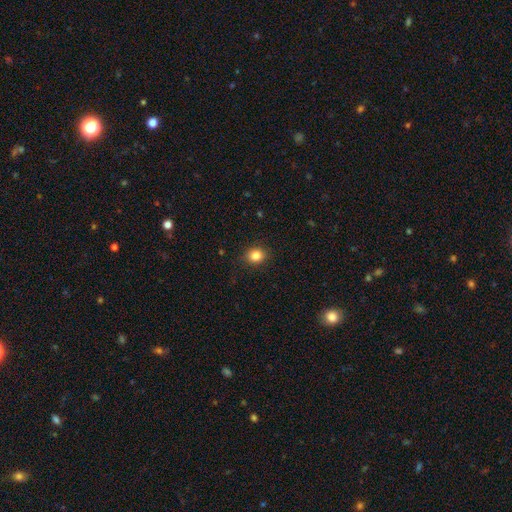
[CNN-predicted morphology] A smooth galaxy with no disk features (84%) that is round (73%).

Vote fractions:
- Smooth or featured? smooth: 84% / star or artifact: 11% / featured or disk: 5%
- How rounded? round: 73% / in between: 26% / cigar-shaped: 1%
- Merging? none: 88% / minor disturbance: 9% / major disturbance: 2% / merger: 1%